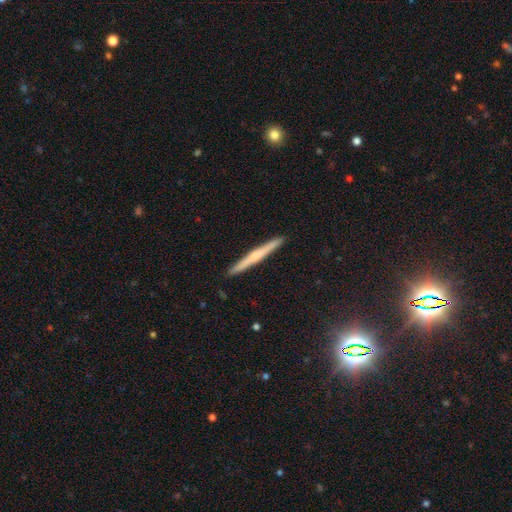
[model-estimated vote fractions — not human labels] Smooth or featured: featured or disk — 58% (smooth — 35%)
Edge-on disk: yes — 98% (no — 2%)
Edge-on bulge: rounded — 58% (none — 35%)
Merging: none — 93% (minor disturbance — 5%)